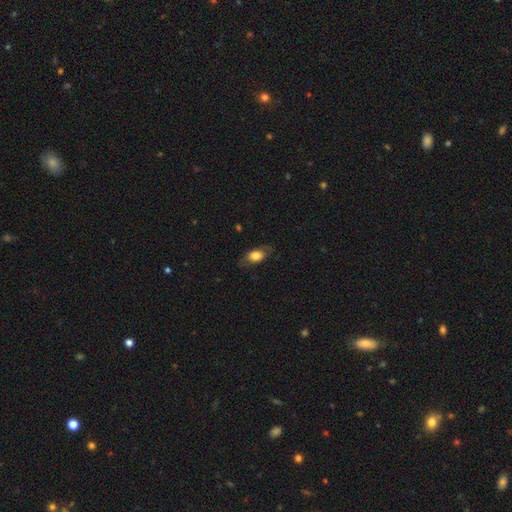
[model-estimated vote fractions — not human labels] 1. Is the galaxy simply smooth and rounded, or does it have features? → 73% smooth, 20% featured or disk, 7% star or artifact.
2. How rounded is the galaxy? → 83% in between, 12% round, 5% cigar-shaped.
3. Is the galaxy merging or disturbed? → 72% none, 20% minor disturbance, 7% major disturbance, 1% merger.